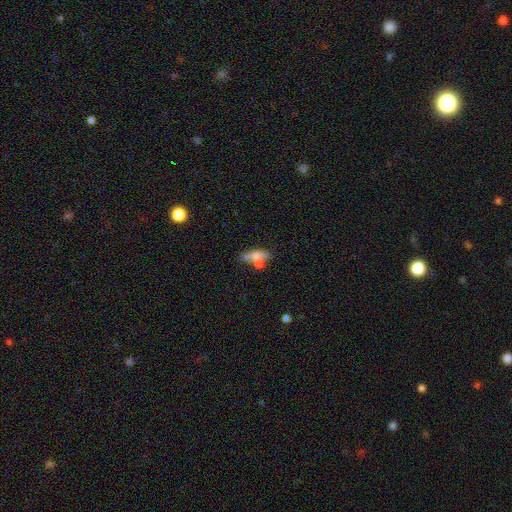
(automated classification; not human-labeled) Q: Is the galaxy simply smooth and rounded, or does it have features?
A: smooth — 58%.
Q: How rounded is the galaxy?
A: in between — 57%.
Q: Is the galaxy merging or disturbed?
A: none — 45%.